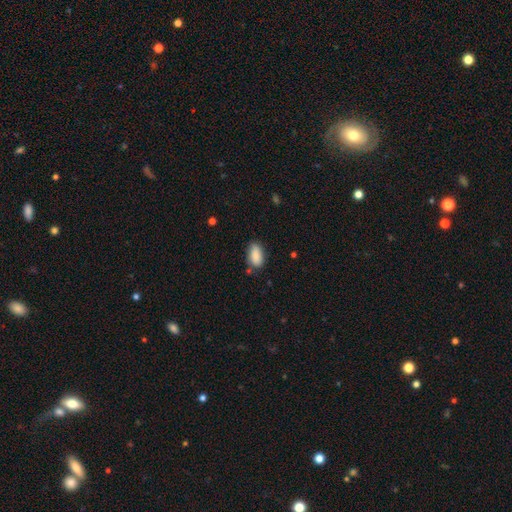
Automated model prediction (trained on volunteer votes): Smooth or featured: smooth — 87% (star or artifact — 7%)
How rounded: in between — 92% (cigar-shaped — 4%)
Merging: none — 74% (minor disturbance — 19%)